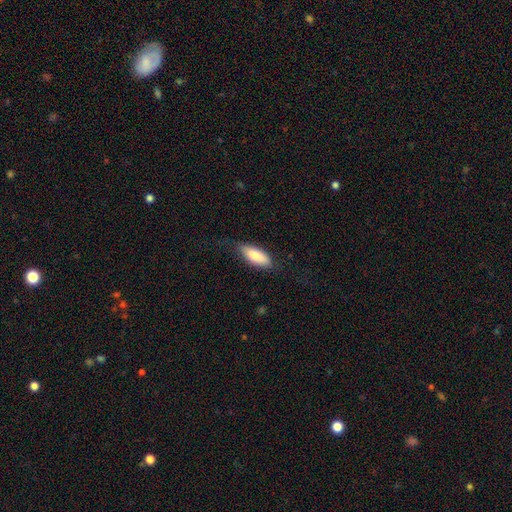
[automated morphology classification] smooth-or-featured: smooth: 82% | featured or disk: 13% | star or artifact: 5%
  how-rounded: in between: 74% | cigar-shaped: 24% | round: 2%
  merging: none: 70% | minor disturbance: 22% | major disturbance: 6% | merger: 1%